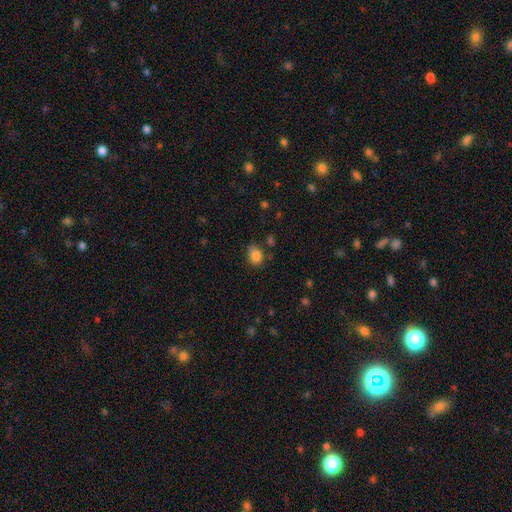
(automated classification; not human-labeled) The model was most divided on "how rounded": in between: 65%, round: 34%, cigar-shaped: 1%. More confident: smooth or featured — smooth (85%); merging — none (67%).